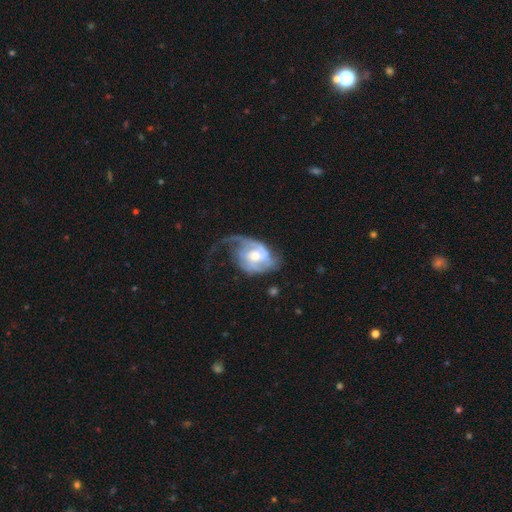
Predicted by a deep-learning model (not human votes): Morphology: type=featured or disk (80%); edge-on=no (97%); bar=no (56%); spiral arms=yes (89%); winding=medium (38%); arm count=2 (42%); bulge=moderate (64%); merging=major disturbance (44%).